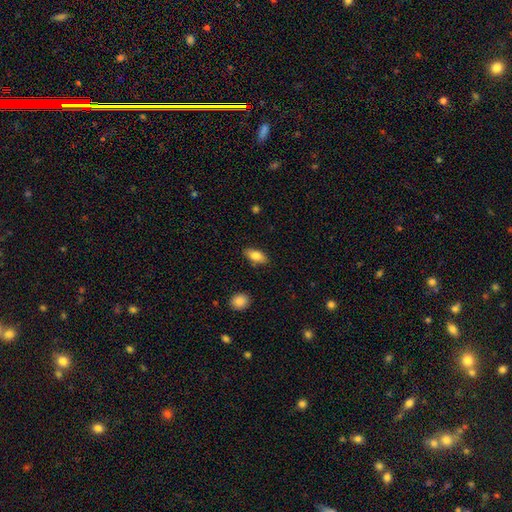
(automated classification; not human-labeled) smooth 82%, featured or disk 11%, star or artifact 7%. Down the decision tree: how rounded — in between (87%); merging — none (85%).